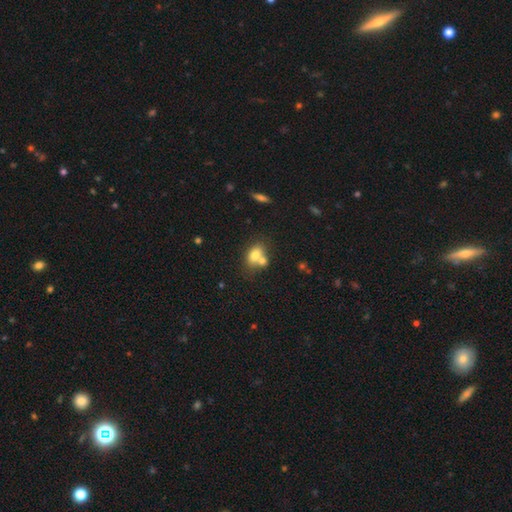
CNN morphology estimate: A smooth galaxy with no disk features (74%) that is in between round and cigar-shaped (75%).

Vote fractions:
- Smooth or featured? smooth: 74% / featured or disk: 16% / star or artifact: 10%
- How rounded? in between: 75% / round: 23% / cigar-shaped: 2%
- Merging? merger: 44% / none: 41% / minor disturbance: 11% / major disturbance: 4%